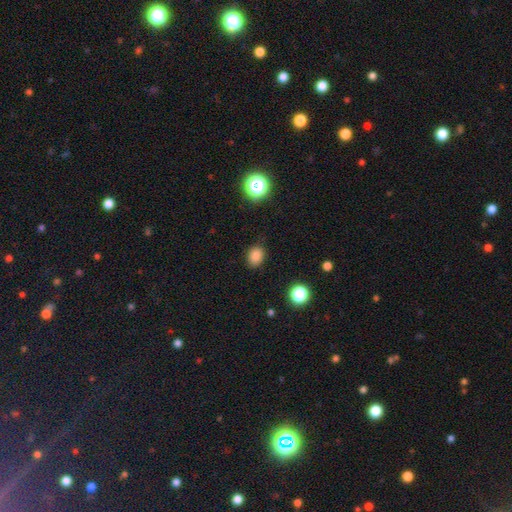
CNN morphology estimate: Overall: smooth (83%). How rounded: in between (63%; round 36%). Merging: none (84%).